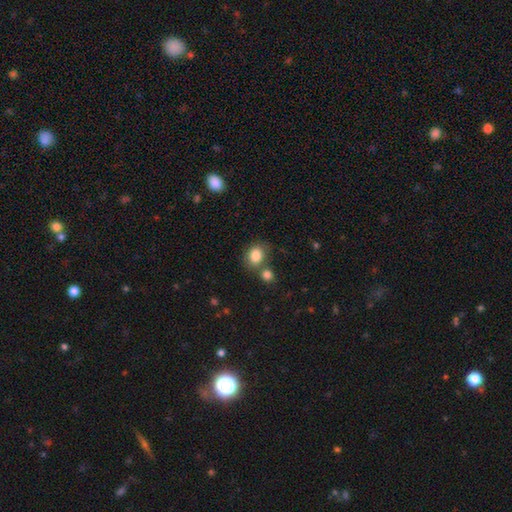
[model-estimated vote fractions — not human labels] Q: Smooth or featured?
A: smooth (84%); runner-up: star or artifact (9%)
Q: How rounded?
A: round (53%); runner-up: in between (46%)
Q: Merging?
A: none (57%); runner-up: merger (26%)